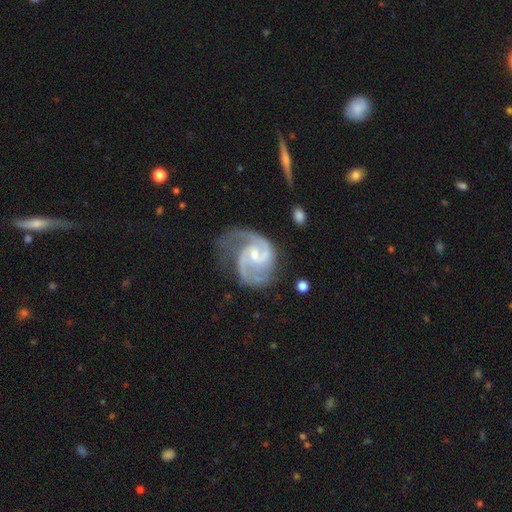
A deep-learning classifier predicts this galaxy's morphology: featured or disk 93%, star or artifact 4%, smooth 3%. Down the decision tree: edge-on disk — no (98%); bar — weak (50%); spiral arms — yes (98%); spiral arm count — 2 (81%); spiral winding — medium (60%); bulge size — small (59%); merging — none (54%).